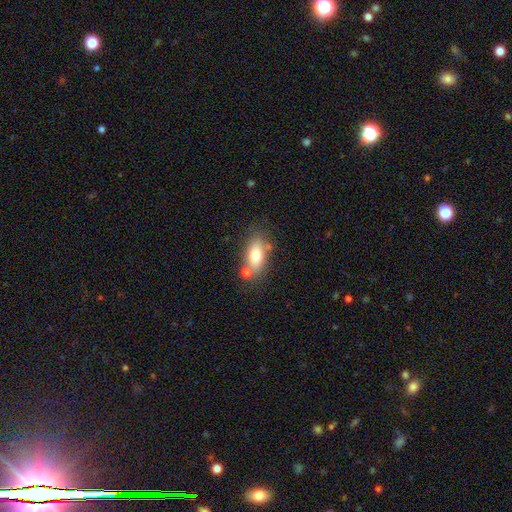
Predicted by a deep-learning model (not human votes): A smooth galaxy with no disk features (74%) that is in between round and cigar-shaped (85%).

Vote fractions:
- Smooth or featured? smooth: 74% / featured or disk: 18% / star or artifact: 8%
- How rounded? in between: 85% / round: 9% / cigar-shaped: 7%
- Merging? none: 61% / merger: 19% / minor disturbance: 15% / major disturbance: 5%